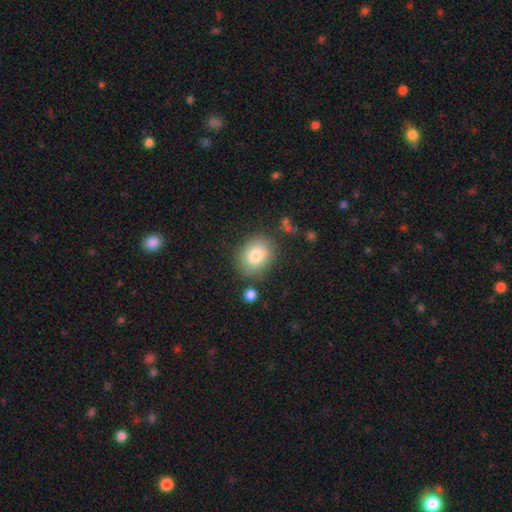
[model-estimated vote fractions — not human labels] smooth 80%, featured or disk 11%, star or artifact 9%. Down the decision tree: how rounded — round (50%); merging — none (79%).